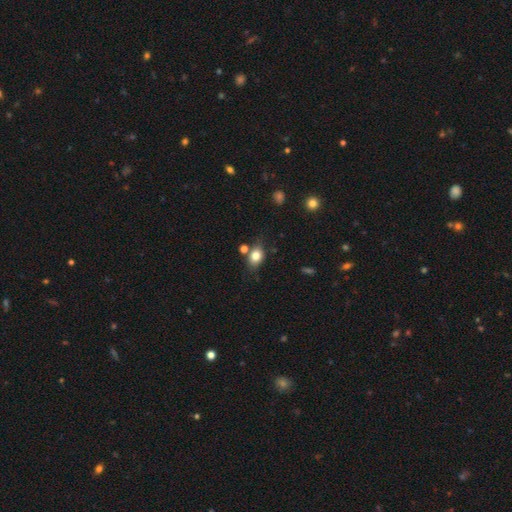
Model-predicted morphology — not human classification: Smooth or featured? Predicted: smooth (p=0.80). How rounded? Predicted: in between (p=0.68). Merging? Predicted: none (p=0.69).